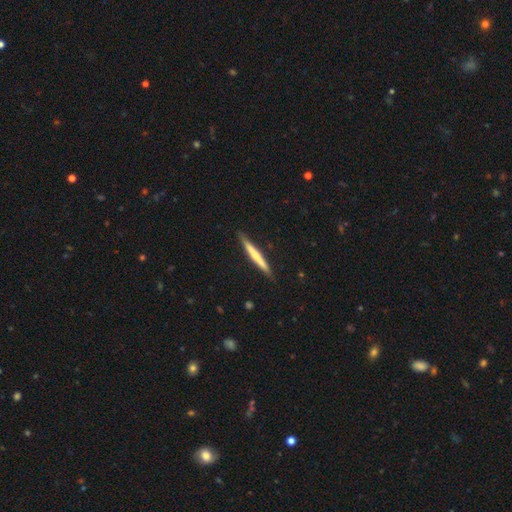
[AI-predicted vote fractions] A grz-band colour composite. It shows a smooth galaxy with no disk features (51%) that is cigar-shaped (96%). Merging: none (88%).